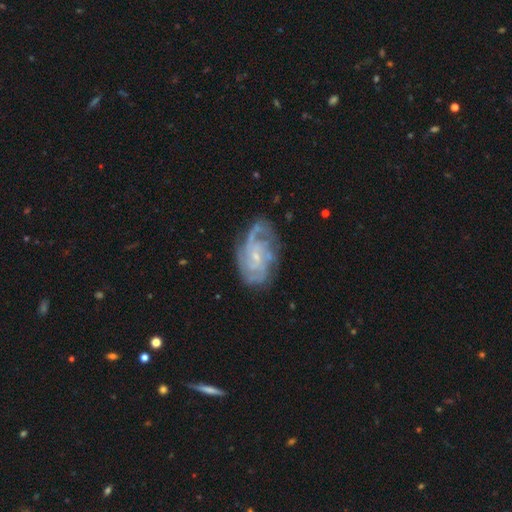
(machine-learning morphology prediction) A featured or disk galaxy (85%) with no bar (61%), tight (51%) spiral arms (96%) and a small central bulge (76%). Merging: none (68%).